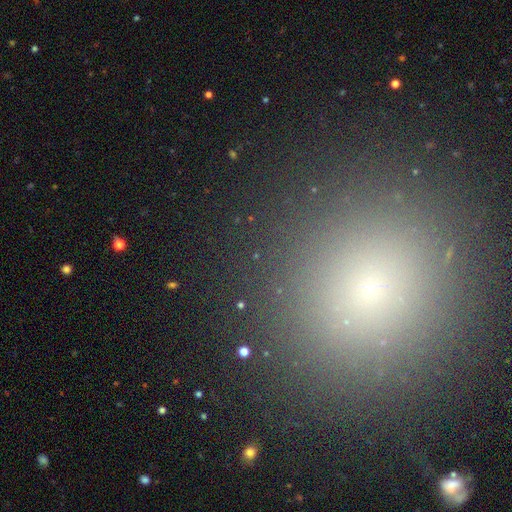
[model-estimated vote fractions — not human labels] The model was most divided on "smooth or featured": smooth: 52%, star or artifact: 39%, featured or disk: 8%. More confident: merging — none (90%); how rounded — round (87%).